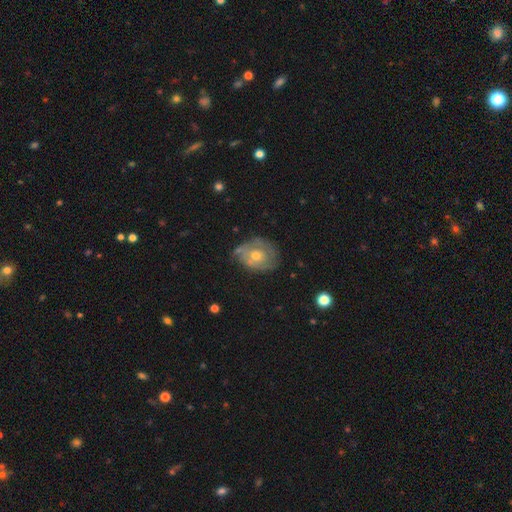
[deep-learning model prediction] Smooth or featured? featured or disk (57%)
Edge-on disk? no (96%)
Bar? no (84%)
Spiral arms? yes (56%)
Bulge size? moderate (68%)
Merging? none (57%)